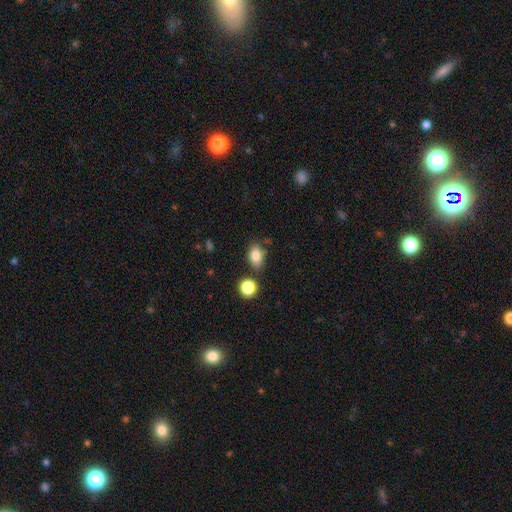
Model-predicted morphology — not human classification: smooth_or_featured: smooth (p=0.83) [alt: star or artifact p=0.10]
how_rounded: in between (p=0.80) [alt: round p=0.18]
merging: none (p=0.72) [alt: minor disturbance p=0.16]